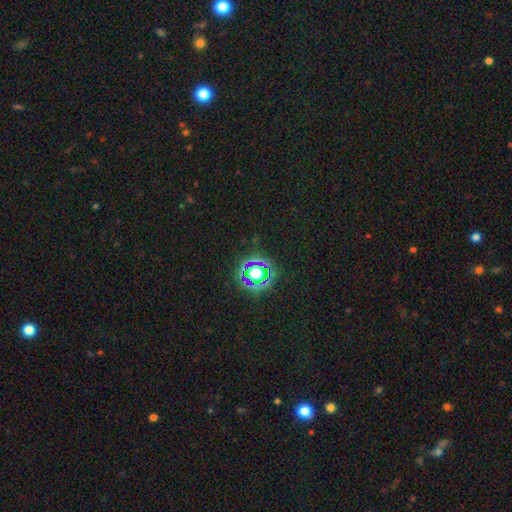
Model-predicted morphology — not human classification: This appears to be a star or artifact, not a galaxy (80%).